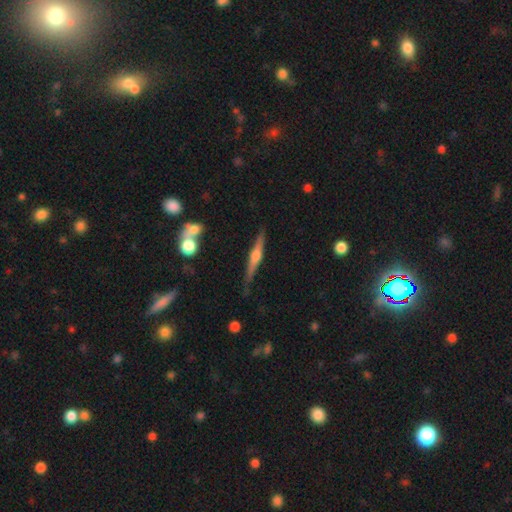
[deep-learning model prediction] Smooth or featured? featured or disk (73%)
Edge-on disk? yes (97%)
Edge-on bulge? rounded (89%)
Merging? none (82%)